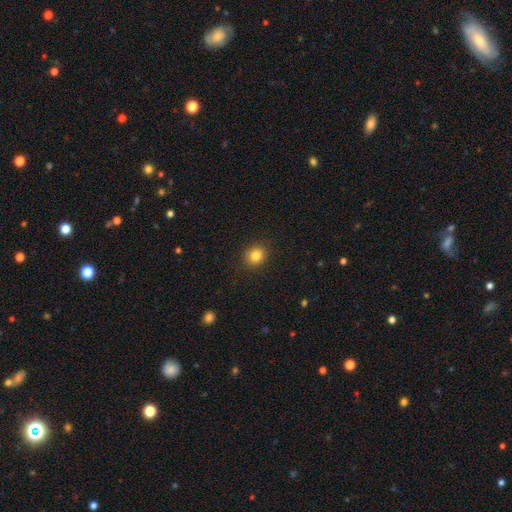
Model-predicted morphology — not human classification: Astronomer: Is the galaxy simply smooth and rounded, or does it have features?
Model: smooth — 84%.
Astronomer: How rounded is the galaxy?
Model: round — 80%.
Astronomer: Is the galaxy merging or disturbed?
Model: none — 89%.